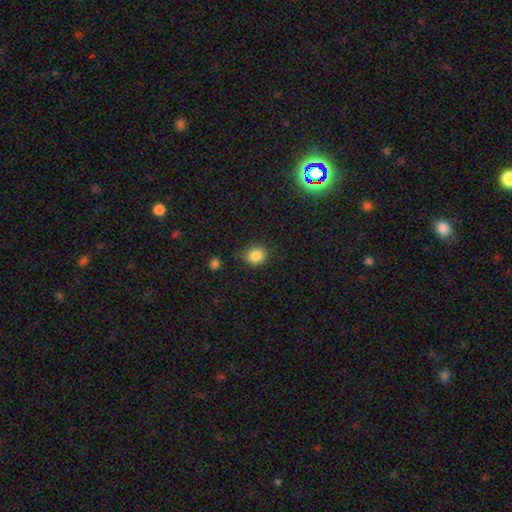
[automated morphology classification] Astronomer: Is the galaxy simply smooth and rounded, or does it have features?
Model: smooth — 84%.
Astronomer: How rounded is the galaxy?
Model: round — 73%.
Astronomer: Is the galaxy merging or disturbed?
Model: none — 77%.